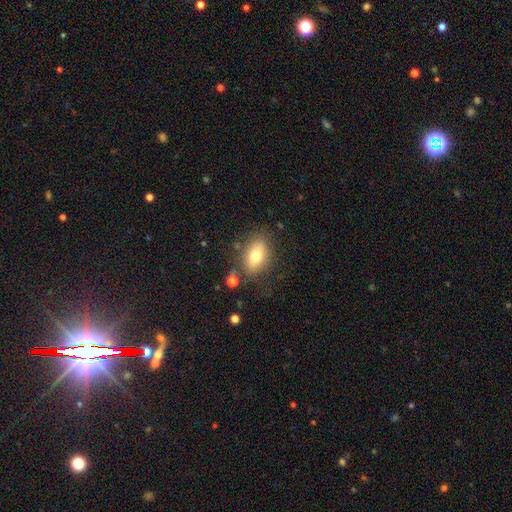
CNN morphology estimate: This is likely a smooth galaxy (71%). How rounded: clearly in between (85%). Merging: likely none (74%).